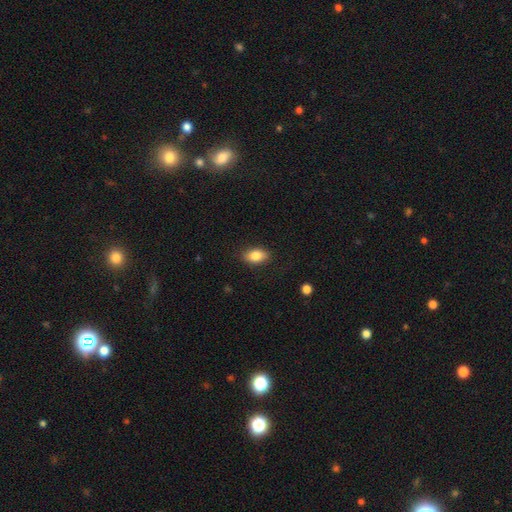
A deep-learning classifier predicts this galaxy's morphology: A smooth galaxy with no disk features (83%) that is in between round and cigar-shaped (88%).

Vote fractions:
- Smooth or featured? smooth: 83% / featured or disk: 10% / star or artifact: 8%
- How rounded? in between: 88% / round: 9% / cigar-shaped: 3%
- Merging? none: 87% / minor disturbance: 10% / major disturbance: 3% / merger: 1%